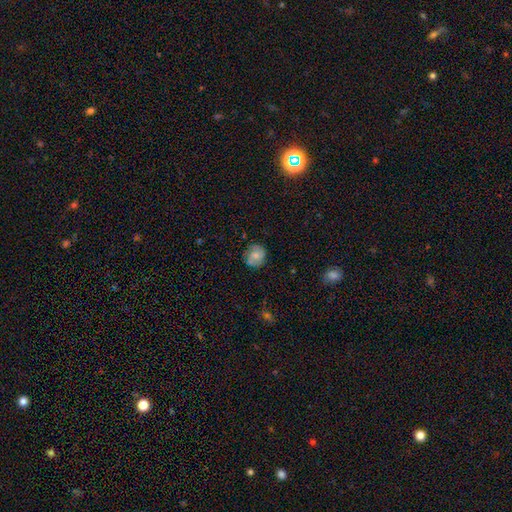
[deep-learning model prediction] Smooth or featured?
  - smooth: 62% *
  - featured or disk: 30%
  - star or artifact: 8%
How rounded?
  - round: 82% *
  - in between: 17%
  - cigar-shaped: 1%
Merging?
  - none: 78% *
  - minor disturbance: 17%
  - major disturbance: 4%
  - merger: 1%